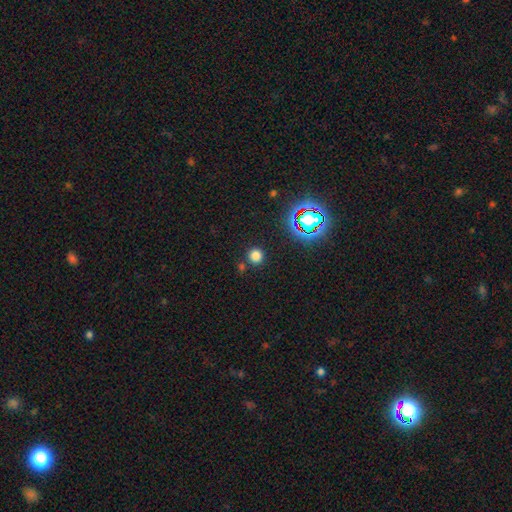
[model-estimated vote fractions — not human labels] Smooth or featured? smooth (75%)
How rounded? round (94%)
Merging? none (84%)